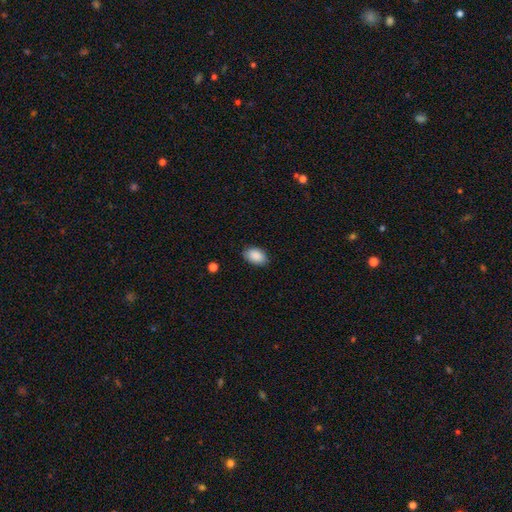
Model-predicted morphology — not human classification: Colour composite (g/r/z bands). It shows a smooth galaxy with no disk features (90%) that is in between round and cigar-shaped (90%). Merging: none (84%).